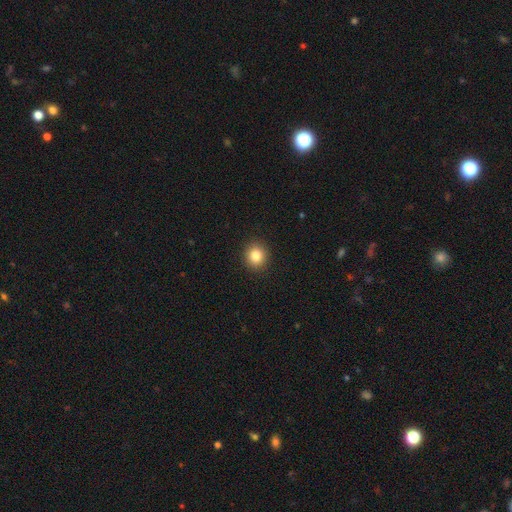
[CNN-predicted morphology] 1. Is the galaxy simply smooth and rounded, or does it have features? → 84% smooth, 10% star or artifact, 6% featured or disk.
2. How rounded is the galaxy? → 85% round, 14% in between, 1% cigar-shaped.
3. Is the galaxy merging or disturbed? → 92% none, 6% minor disturbance, 2% major disturbance, 1% merger.